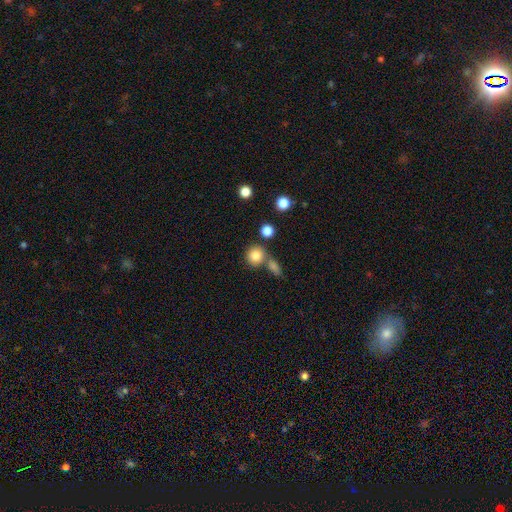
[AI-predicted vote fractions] smooth_or_featured: smooth (p=0.82) [alt: star or artifact p=0.10]
how_rounded: round (p=0.87) [alt: in between p=0.12]
merging: none (p=0.63) [alt: merger p=0.24]